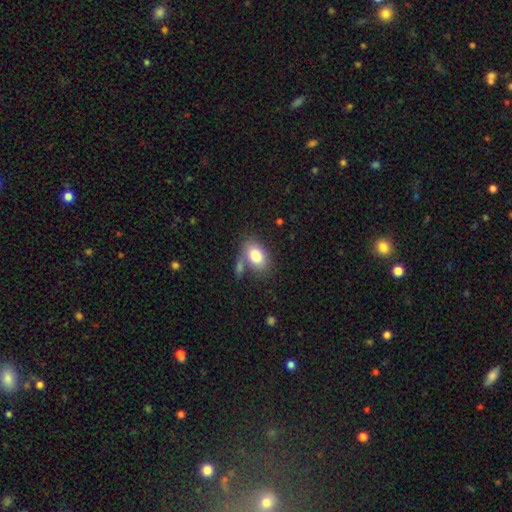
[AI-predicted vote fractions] Smooth or featured? smooth (81%)
How rounded? in between (85%)
Merging? none (58%)